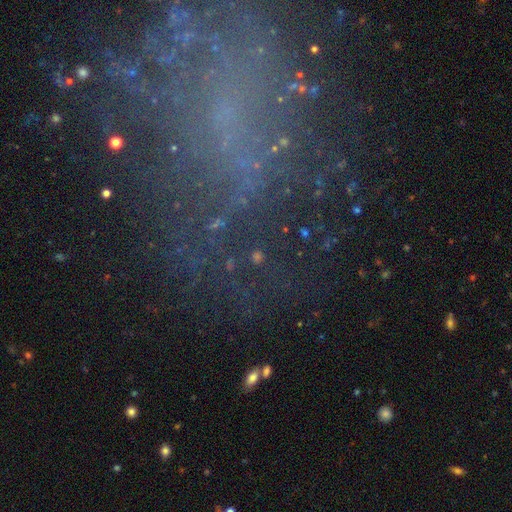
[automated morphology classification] Smooth or featured: star or artifact — 46% (featured or disk — 35%)